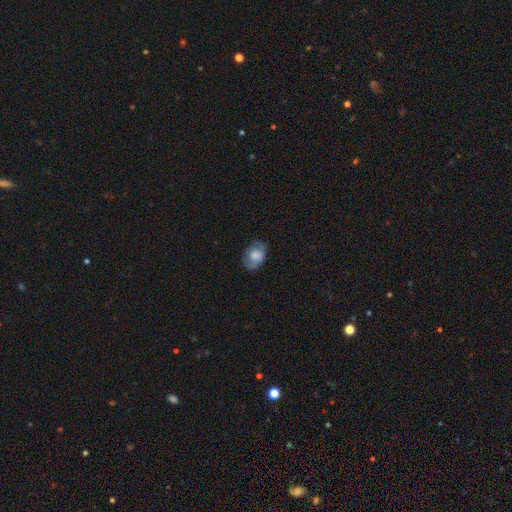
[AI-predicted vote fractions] Smooth or featured? Predicted: smooth (p=0.74). How rounded? Predicted: in between (p=0.77). Merging? Predicted: none (p=0.70).